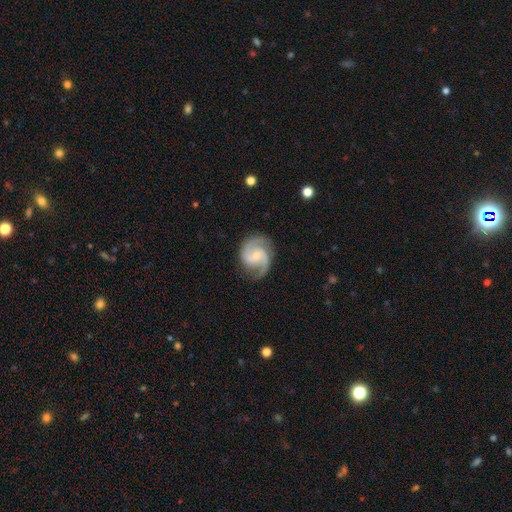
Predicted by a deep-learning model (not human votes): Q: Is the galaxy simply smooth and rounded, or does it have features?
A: featured or disk — 91%.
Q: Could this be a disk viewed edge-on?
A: no — 98%.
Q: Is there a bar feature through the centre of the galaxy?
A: no — 46%.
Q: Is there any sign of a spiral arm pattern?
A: yes — 98%.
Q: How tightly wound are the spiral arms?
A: medium — 58%.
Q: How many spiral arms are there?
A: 2 — 90%.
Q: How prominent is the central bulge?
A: small — 61%.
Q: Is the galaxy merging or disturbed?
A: none — 80%.